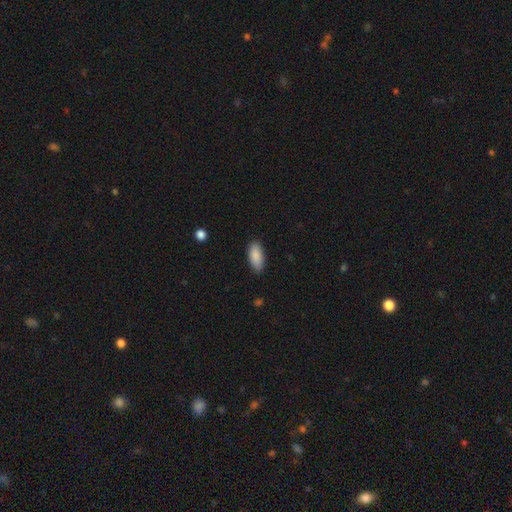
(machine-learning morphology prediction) smooth 89%, star or artifact 6%, featured or disk 5%. Down the decision tree: how rounded — in between (87%); merging — none (84%).